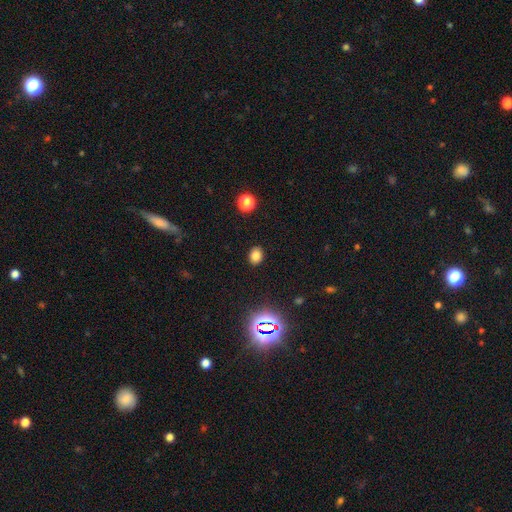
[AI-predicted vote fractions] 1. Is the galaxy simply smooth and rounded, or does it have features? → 79% smooth, 15% star or artifact, 6% featured or disk.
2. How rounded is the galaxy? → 51% in between, 48% round, 1% cigar-shaped.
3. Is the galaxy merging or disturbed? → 89% none, 7% minor disturbance, 2% major disturbance, 1% merger.